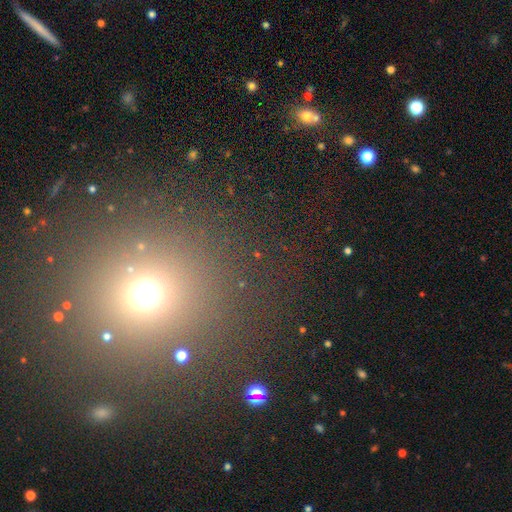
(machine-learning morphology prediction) This is possibly a star or artifact rather than a galaxy (51%).